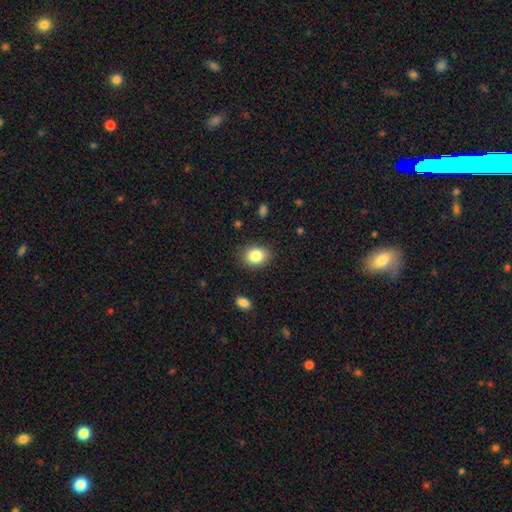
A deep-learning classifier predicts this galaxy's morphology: A smooth galaxy with no disk features (84%) that is in between round and cigar-shaped (55%).

Vote fractions:
- Smooth or featured? smooth: 84% / star or artifact: 9% / featured or disk: 7%
- How rounded? in between: 55% / round: 44% / cigar-shaped: 1%
- Merging? none: 86% / minor disturbance: 10% / major disturbance: 3% / merger: 1%